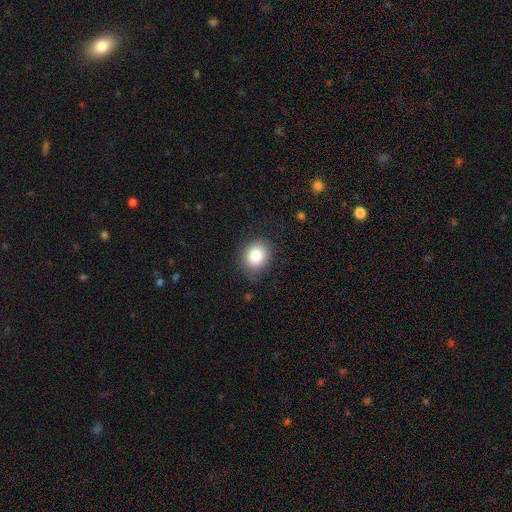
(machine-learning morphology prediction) smooth-or-featured: smooth: 84% | star or artifact: 9% | featured or disk: 7%
  how-rounded: round: 60% | in between: 39% | cigar-shaped: 1%
  merging: none: 81% | minor disturbance: 14% | major disturbance: 4% | merger: 1%